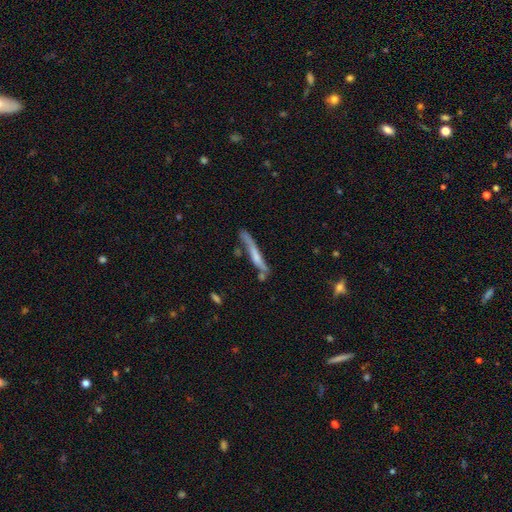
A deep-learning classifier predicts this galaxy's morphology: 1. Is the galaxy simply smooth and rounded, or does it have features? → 48% featured or disk, 45% smooth, 7% star or artifact.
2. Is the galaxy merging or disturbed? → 51% none, 23% minor disturbance, 14% merger, 12% major disturbance.